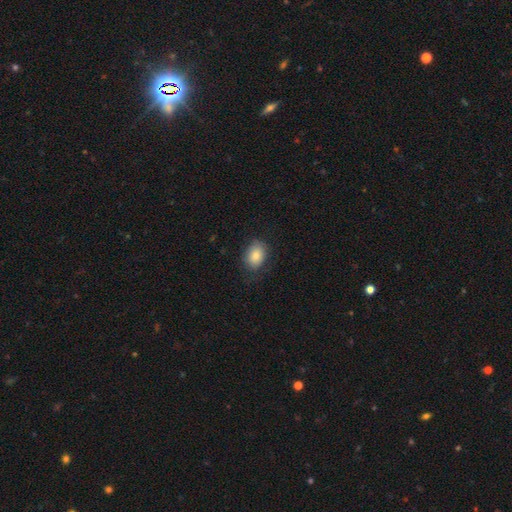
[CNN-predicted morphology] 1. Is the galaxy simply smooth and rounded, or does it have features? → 84% smooth, 9% featured or disk, 8% star or artifact.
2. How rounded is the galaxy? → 72% in between, 27% round, 1% cigar-shaped.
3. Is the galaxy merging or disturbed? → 72% none, 20% minor disturbance, 7% major disturbance, 1% merger.